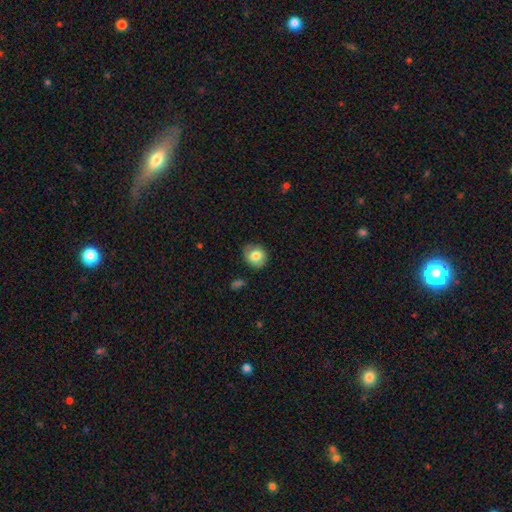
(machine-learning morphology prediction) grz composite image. It shows a smooth galaxy with no disk features (78%) that is round (69%). Merging: none (75%).